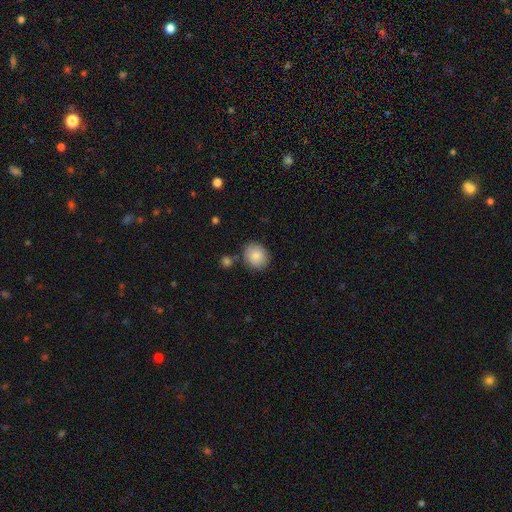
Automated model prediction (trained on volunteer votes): Smooth or featured? smooth (86%)
How rounded? round (68%)
Merging? none (80%)